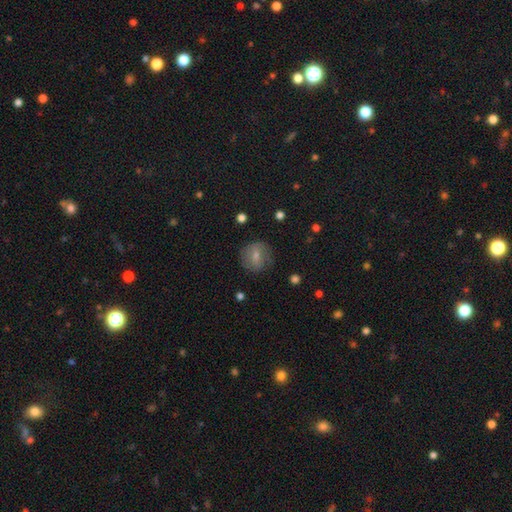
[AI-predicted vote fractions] A smooth galaxy with no disk features (67%) that is round (82%). Merging: none (73%).